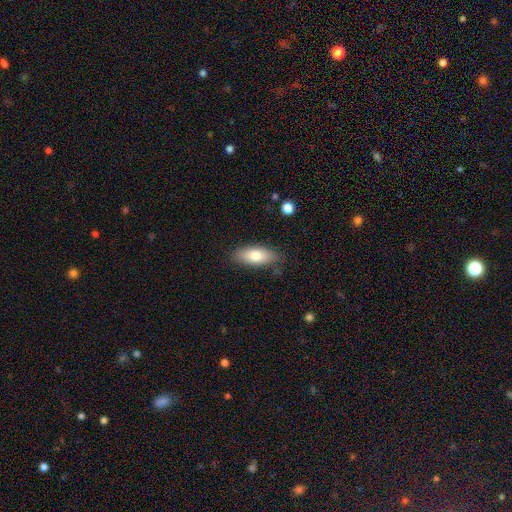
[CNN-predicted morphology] Smooth or featured? Predicted: smooth (p=0.77). How rounded? Predicted: in between (p=0.79). Merging? Predicted: none (p=0.82).